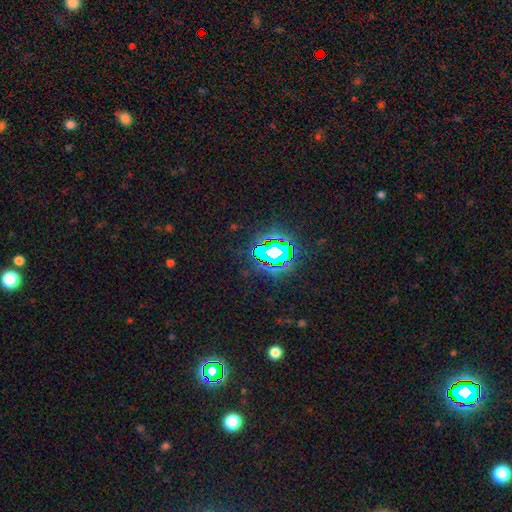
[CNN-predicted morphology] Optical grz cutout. It shows a star or artifact, not a galaxy (82%).